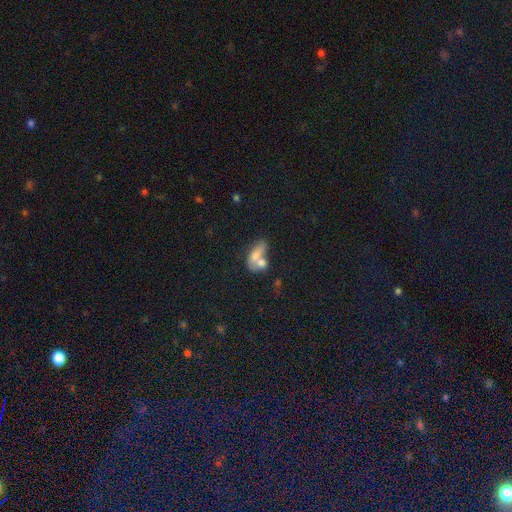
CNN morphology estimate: A smooth galaxy with no disk features (57%) that is in between round and cigar-shaped (73%). Merging: merger (55%).